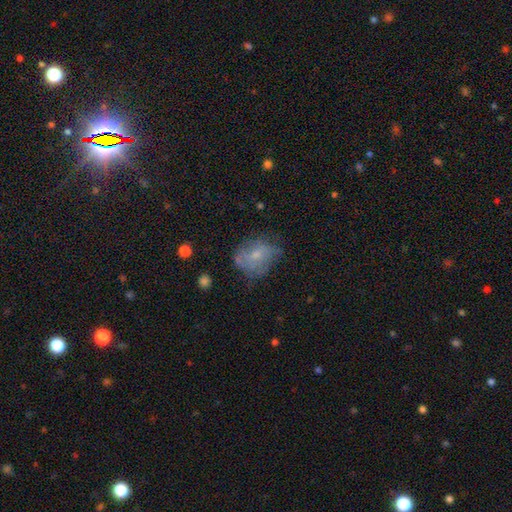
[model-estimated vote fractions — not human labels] The model was most divided on "smooth or featured": smooth: 49%, featured or disk: 41%, star or artifact: 10%. More confident: merging — none (51%).